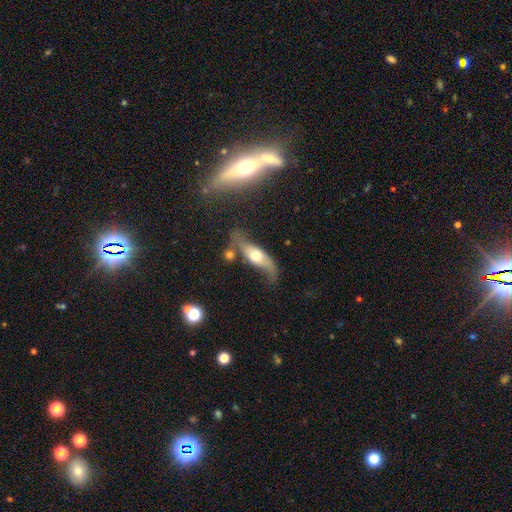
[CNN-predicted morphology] Smooth or featured? featured or disk (64%)
Edge-on disk? no (61%)
Merging? none (50%)